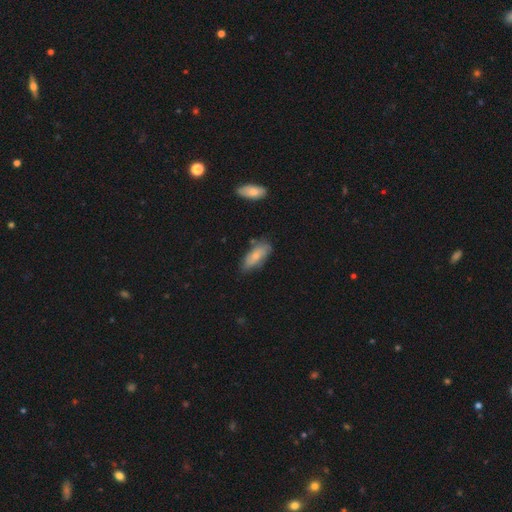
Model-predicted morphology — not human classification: smooth_or_featured: smooth (p=0.68) [alt: featured or disk p=0.26]
how_rounded: in between (p=0.81) [alt: cigar-shaped p=0.17]
merging: none (p=0.64) [alt: minor disturbance p=0.27]